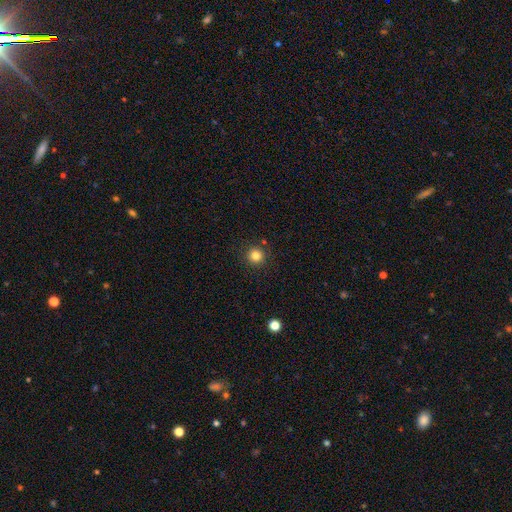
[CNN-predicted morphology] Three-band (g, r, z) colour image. It shows a smooth galaxy with no disk features (83%) that is round (95%). Merging: none (90%).